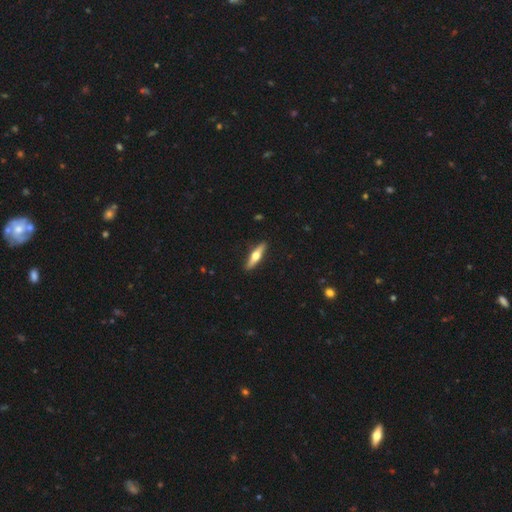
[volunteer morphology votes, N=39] Q: Smooth or featured?
A: featured or disk (64%); runner-up: smooth (28%)
Q: Edge-on disk?
A: yes (100%)
Q: Edge-on bulge?
A: rounded (92%); runner-up: none (8%)
Q: Merging?
A: none (97%); runner-up: minor disturbance (3%)